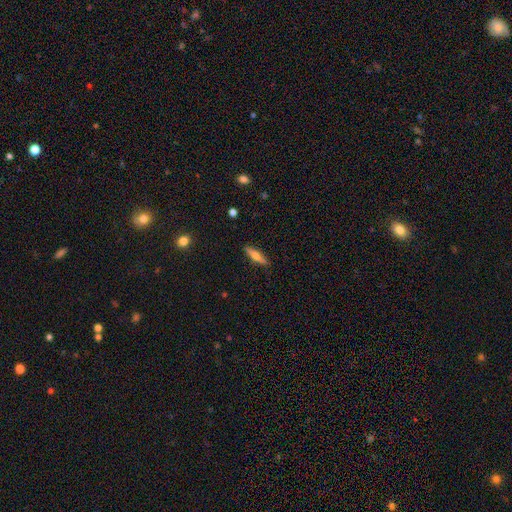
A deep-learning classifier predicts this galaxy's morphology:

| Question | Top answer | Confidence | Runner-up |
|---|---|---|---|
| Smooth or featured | smooth | 49% | featured or disk (44%) |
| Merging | none | 89% | minor disturbance (8%) |